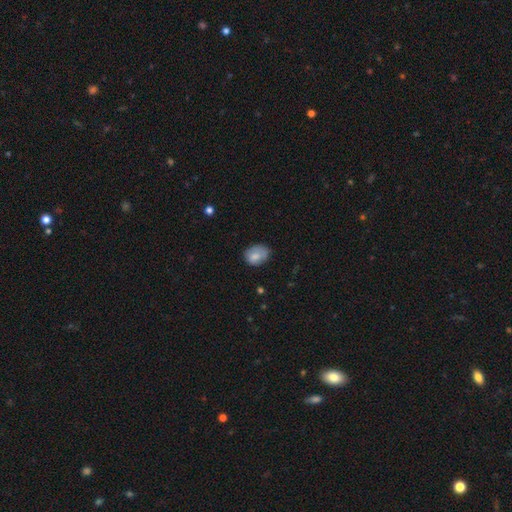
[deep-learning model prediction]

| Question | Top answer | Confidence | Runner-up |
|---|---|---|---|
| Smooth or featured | smooth | 79% | featured or disk (13%) |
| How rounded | in between | 68% | round (31%) |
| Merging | none | 59% | minor disturbance (31%) |